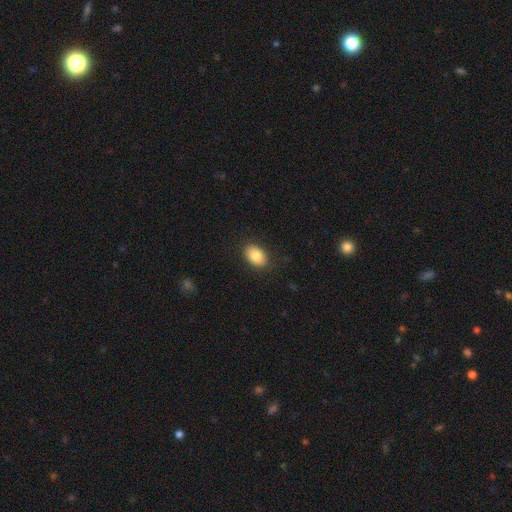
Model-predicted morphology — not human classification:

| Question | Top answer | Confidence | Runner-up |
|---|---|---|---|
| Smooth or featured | smooth | 85% | featured or disk (8%) |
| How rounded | in between | 83% | round (16%) |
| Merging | none | 87% | minor disturbance (10%) |